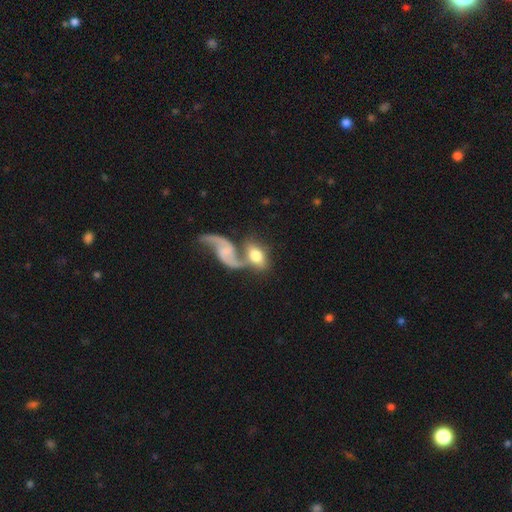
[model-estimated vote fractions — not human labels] Overall: smooth (48%; featured or disk 45%). Merging: merger (58%; none 24%).